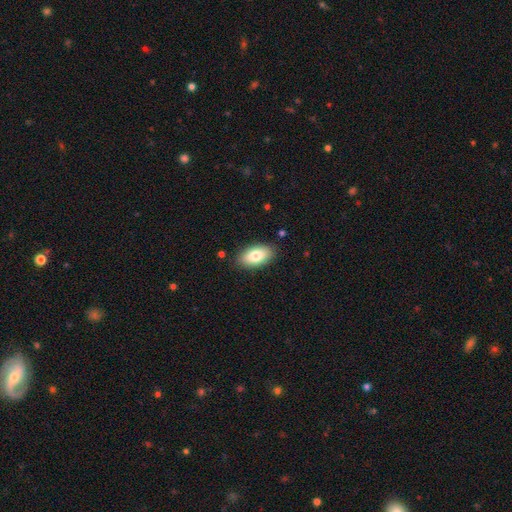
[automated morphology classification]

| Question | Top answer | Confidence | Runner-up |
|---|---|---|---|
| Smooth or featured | smooth | 80% | featured or disk (13%) |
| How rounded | in between | 93% | round (4%) |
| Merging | none | 86% | minor disturbance (10%) |